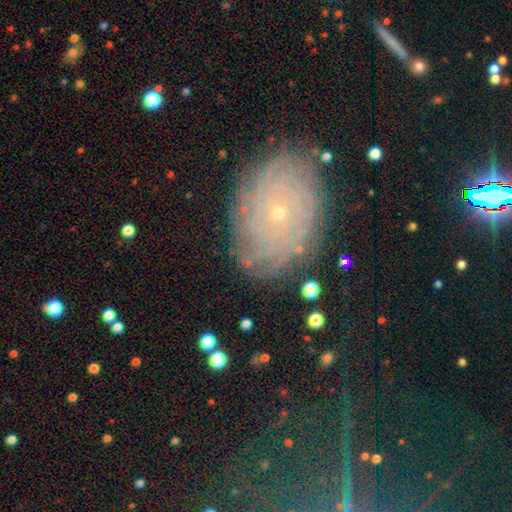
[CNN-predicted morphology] Q: Smooth or featured?
A: featured or disk (71%); runner-up: smooth (18%)
Q: Edge-on disk?
A: no (95%); runner-up: yes (5%)
Q: Bar?
A: no (81%); runner-up: weak (14%)
Q: Spiral arms?
A: yes (86%); runner-up: no (14%)
Q: Spiral winding?
A: tight (82%); runner-up: medium (13%)
Q: Spiral arm count?
A: can't tell (43%); runner-up: more than 4 (22%)
Q: Bulge size?
A: small (80%); runner-up: moderate (17%)
Q: Merging?
A: none (80%); runner-up: minor disturbance (13%)